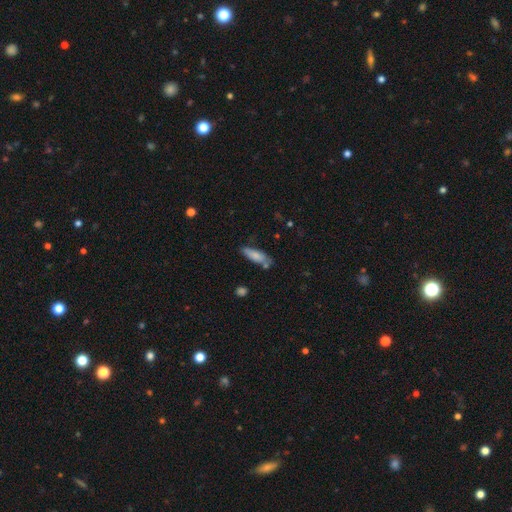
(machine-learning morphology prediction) smooth_or_featured: smooth (p=0.77) [alt: featured or disk p=0.16]
how_rounded: in between (p=0.53) [alt: cigar-shaped p=0.45]
merging: none (p=0.59) [alt: minor disturbance p=0.23]